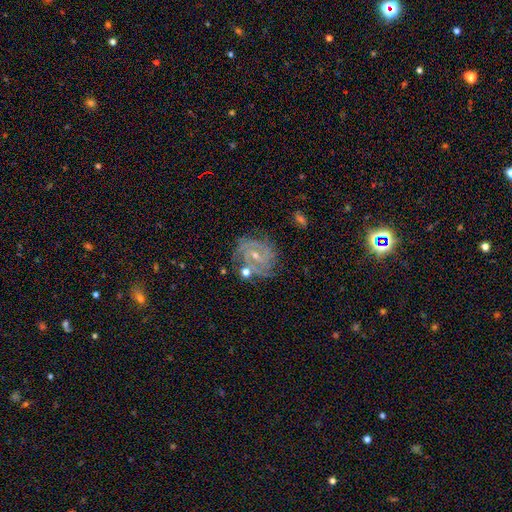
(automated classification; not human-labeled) smooth-or-featured: featured or disk: 82% | star or artifact: 10% | smooth: 9%
  disk-edge-on: no: 97% | yes: 3%
    bar: weak: 46% | no: 38% | strong: 16%
    has-spiral-arms: yes: 96% | no: 4%
      spiral-winding: tight: 68% | medium: 27% | loose: 6%
      spiral-arm-count: 2: 26% (tied) | 3: 26% (tied) | can't tell: 22% | 4: 12% | more than 4: 7% | 1: 6%
    bulge-size: small: 67% | moderate: 29% | none: 2% | large: 1% | dominant: 1%
  merging: none: 73% | minor disturbance: 16% | major disturbance: 6% | merger: 5%